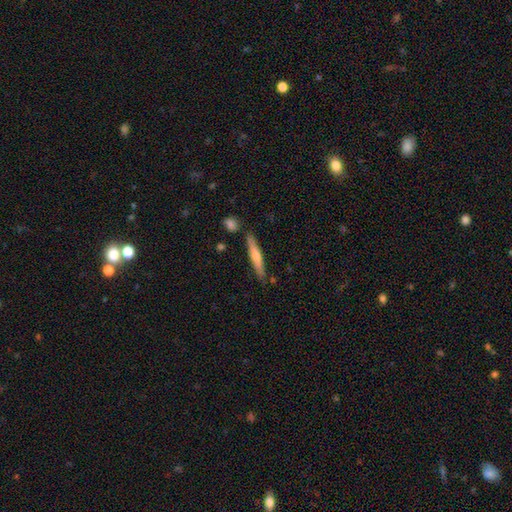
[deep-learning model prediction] Smooth or featured?
  - featured or disk: 53% *
  - smooth: 41%
  - star or artifact: 7%
Edge-on disk?
  - yes: 95% *
  - no: 5%
Edge-on bulge?
  - rounded: 71% *
  - none: 22%
  - boxy: 8%
Merging?
  - none: 84% *
  - minor disturbance: 10%
  - merger: 4%
  - major disturbance: 2%